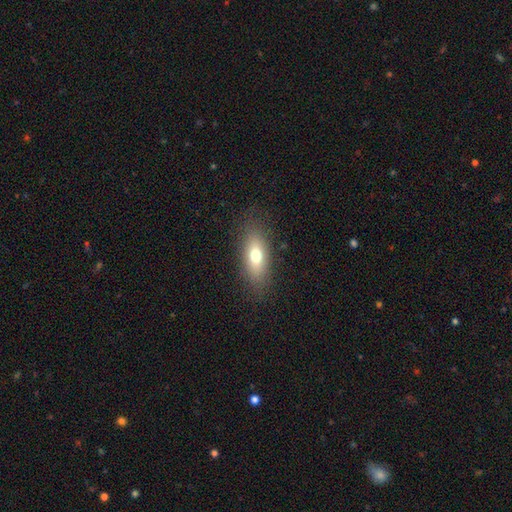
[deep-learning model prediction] A smooth galaxy with no disk features (72%) that is in between round and cigar-shaped (77%). Merging: none (84%).